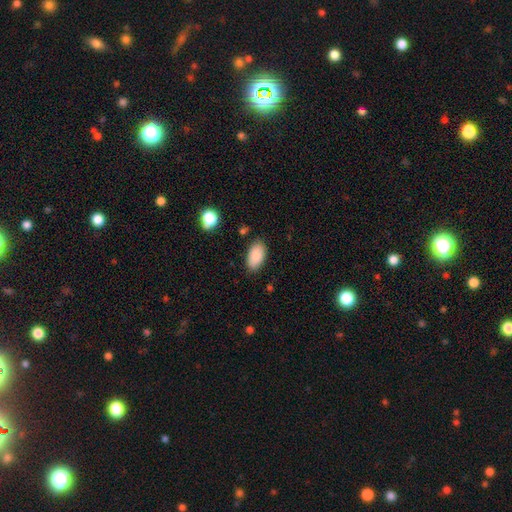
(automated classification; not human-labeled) A smooth galaxy with no disk features (88%) that is in between round and cigar-shaped (94%).

Vote fractions:
- Smooth or featured? smooth: 88% / star or artifact: 7% / featured or disk: 5%
- How rounded? in between: 94% / round: 4% / cigar-shaped: 2%
- Merging? none: 84% / minor disturbance: 11% / major disturbance: 3% / merger: 2%